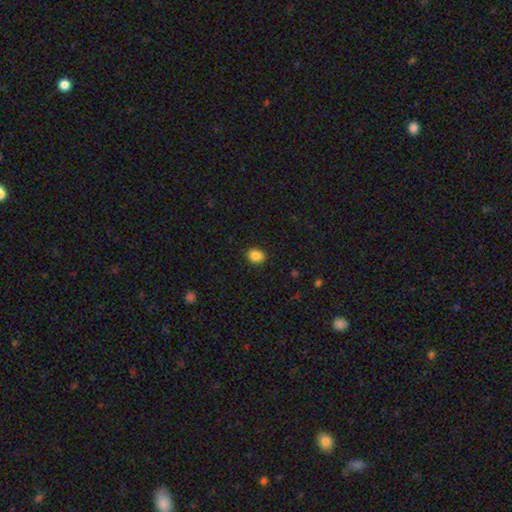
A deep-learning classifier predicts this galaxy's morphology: Smooth or featured? Predicted: smooth (p=0.86). How rounded? Predicted: round (p=0.53). Merging? Predicted: none (p=0.88).